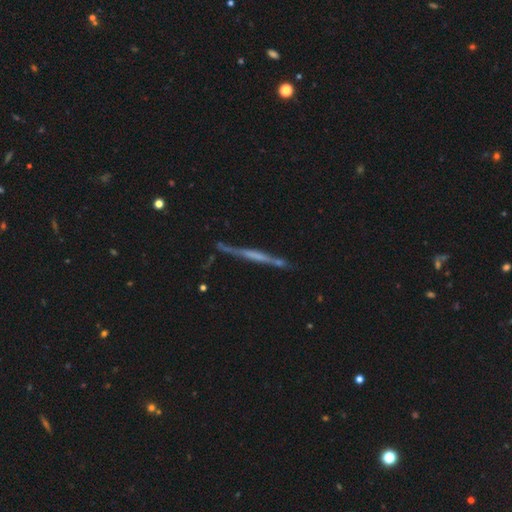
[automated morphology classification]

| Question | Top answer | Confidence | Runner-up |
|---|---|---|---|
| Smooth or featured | featured or disk | 65% | smooth (28%) |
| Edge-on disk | yes | 95% | no (5%) |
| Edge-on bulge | none | 63% | boxy (22%) |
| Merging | none | 75% | minor disturbance (16%) |